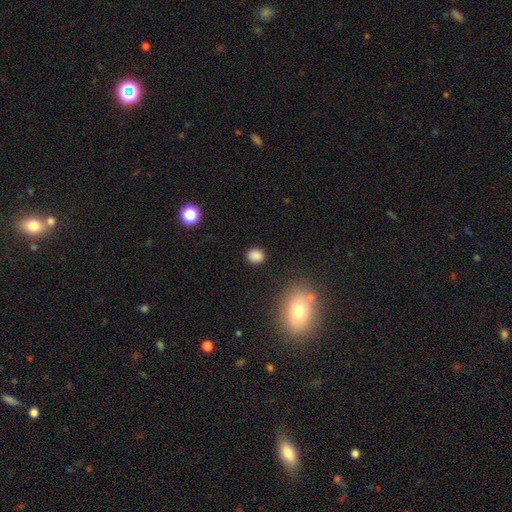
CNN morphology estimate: Smooth or featured? smooth (84%)
How rounded? round (64%)
Merging? none (87%)